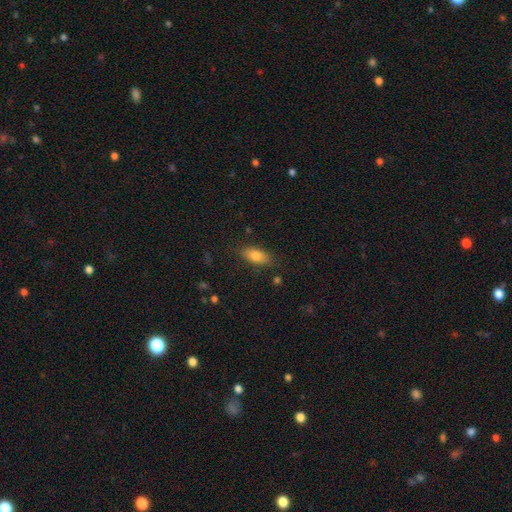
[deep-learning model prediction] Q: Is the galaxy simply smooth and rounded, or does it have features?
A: smooth — 80%.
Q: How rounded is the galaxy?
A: in between — 83%.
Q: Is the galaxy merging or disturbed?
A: none — 83%.